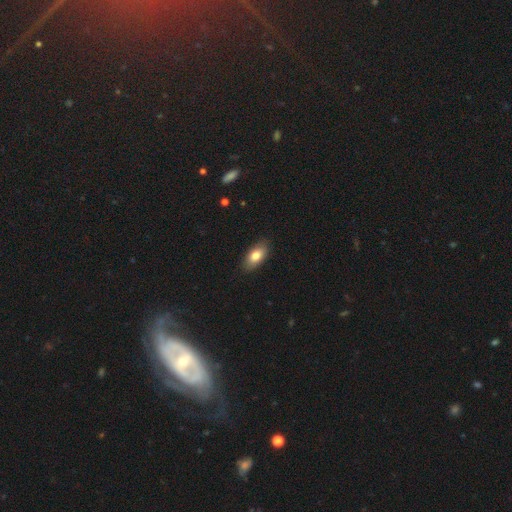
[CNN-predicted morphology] smooth_or_featured: smooth (p=0.80) [alt: featured or disk p=0.13]
how_rounded: in between (p=0.90) [alt: cigar-shaped p=0.06]
merging: none (p=0.87) [alt: minor disturbance p=0.10]